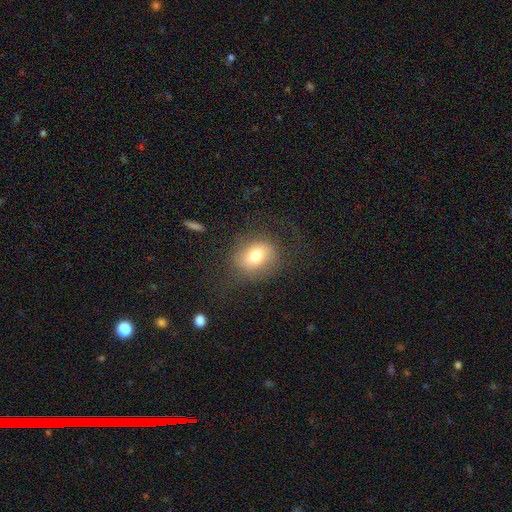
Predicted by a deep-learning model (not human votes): A smooth galaxy with no disk features (73%) that is round (53%). Merging: none (71%).